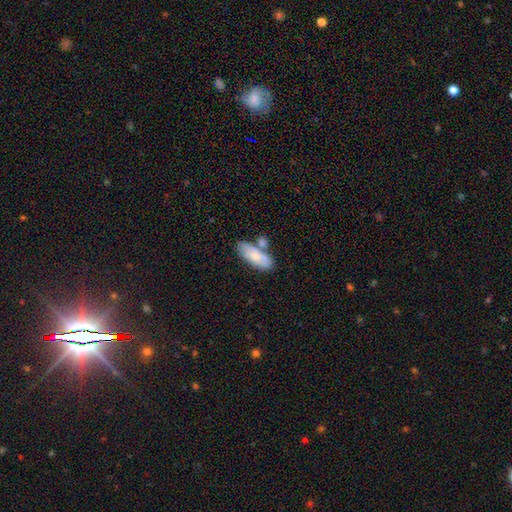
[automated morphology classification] Overall: smooth (72%). How rounded: in between (82%). Merging: none (51%; merger 27%).